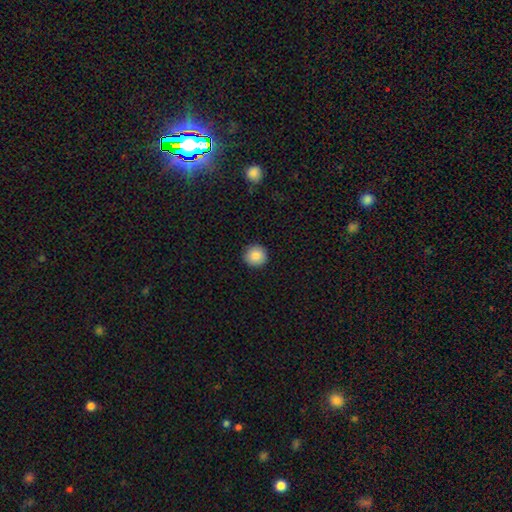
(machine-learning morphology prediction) type=smooth (87%); roundness=round (94%); merging=none (92%).